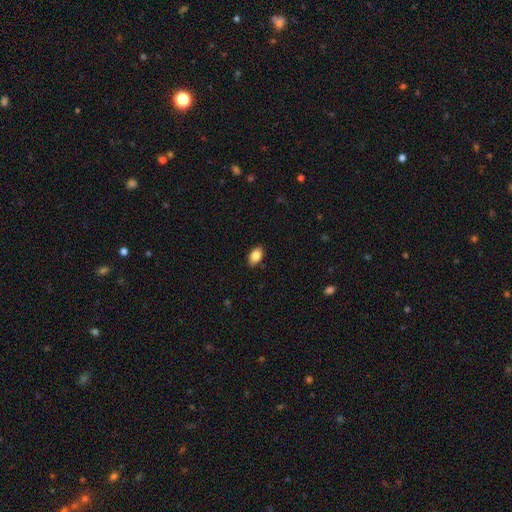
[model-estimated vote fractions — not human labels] Smooth or featured? Predicted: smooth (p=0.86). How rounded? Predicted: in between (p=0.89). Merging? Predicted: none (p=0.88).